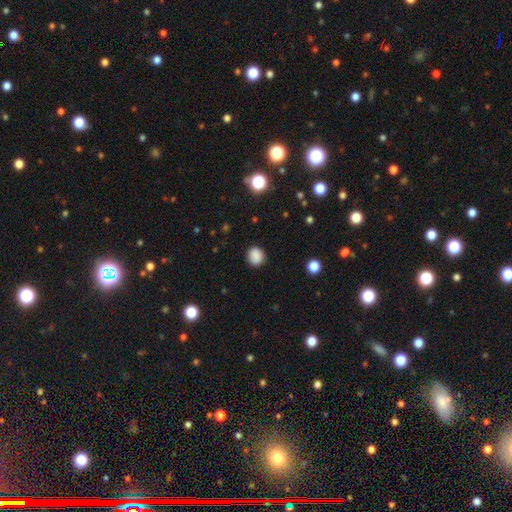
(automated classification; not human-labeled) This is clearly a smooth galaxy (86%). How rounded: likely round (79%). Merging: clearly none (87%).